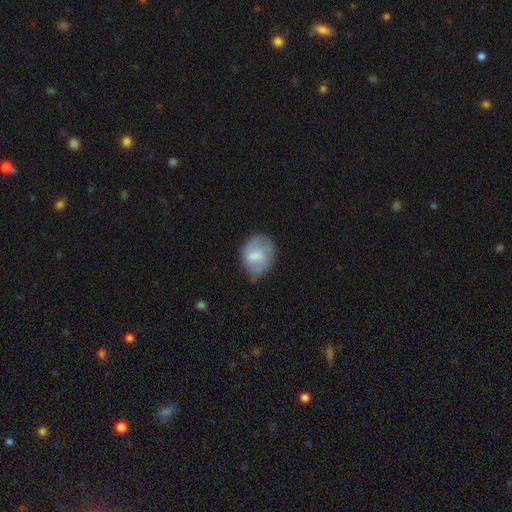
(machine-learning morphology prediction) Smooth or featured? Predicted: smooth (p=0.59). How rounded? Predicted: in between (p=0.51). Merging? Predicted: none (p=0.55).